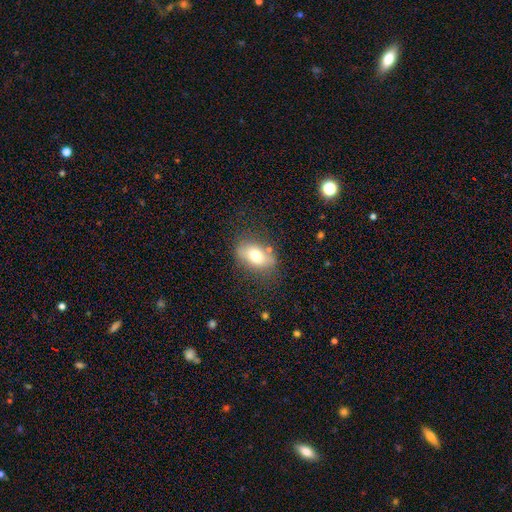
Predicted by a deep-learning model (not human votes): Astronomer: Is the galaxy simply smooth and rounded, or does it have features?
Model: smooth — 70%.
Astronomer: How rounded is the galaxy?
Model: in between — 84%.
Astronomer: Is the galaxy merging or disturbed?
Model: none — 73%.